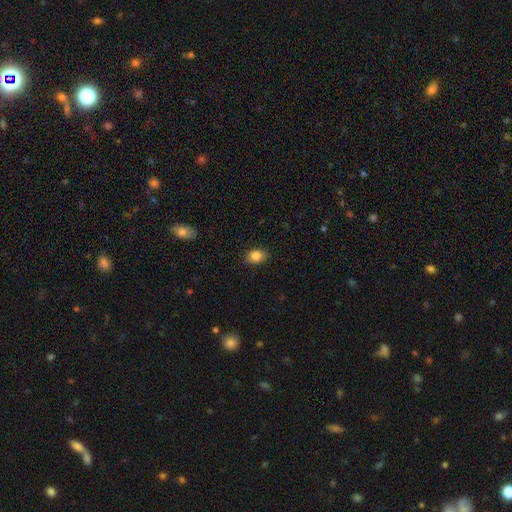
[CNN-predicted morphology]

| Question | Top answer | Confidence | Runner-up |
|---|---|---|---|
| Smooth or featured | smooth | 85% | star or artifact (9%) |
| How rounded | in between | 64% | round (35%) |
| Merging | none | 85% | minor disturbance (11%) |